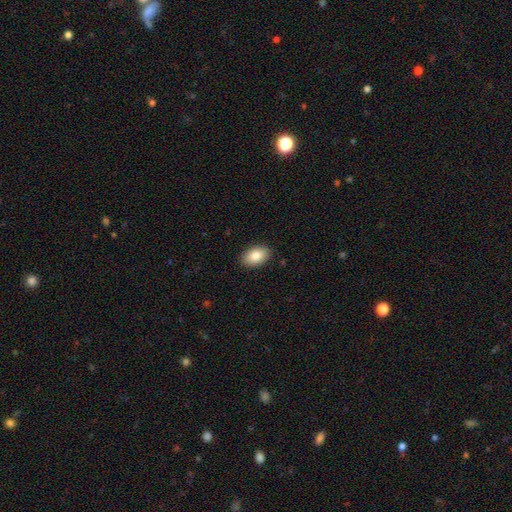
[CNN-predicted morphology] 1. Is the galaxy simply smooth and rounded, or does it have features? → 85% smooth, 8% featured or disk, 7% star or artifact.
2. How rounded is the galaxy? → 92% in between, 6% round, 1% cigar-shaped.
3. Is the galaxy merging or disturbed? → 89% none, 8% minor disturbance, 2% major disturbance, 1% merger.